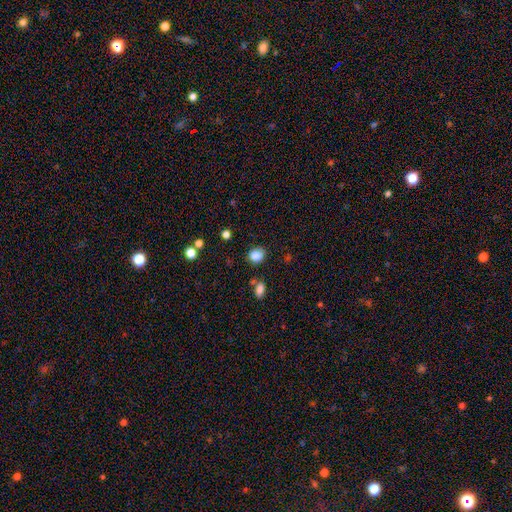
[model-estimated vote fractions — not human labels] Smooth or featured: smooth — 85% (star or artifact — 11%)
How rounded: round — 63% (in between — 35%)
Merging: none — 78% (minor disturbance — 13%)